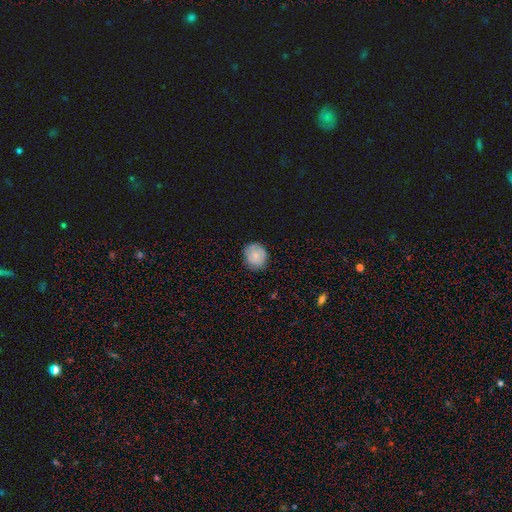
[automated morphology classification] Overall: smooth (73%). How rounded: round (78%). Merging: none (82%).